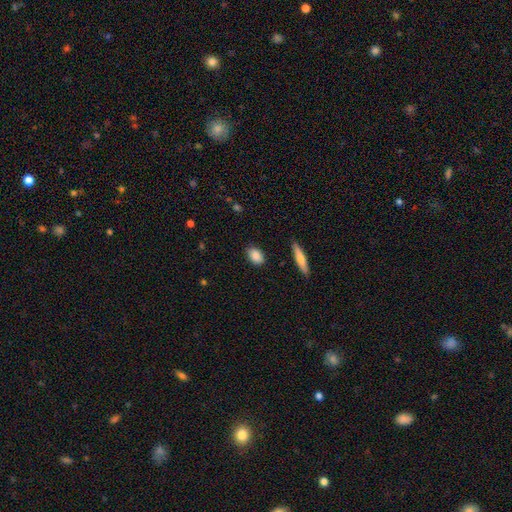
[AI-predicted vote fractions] Morphology: type=smooth (87%); roundness=in between (83%); merging=none (85%).